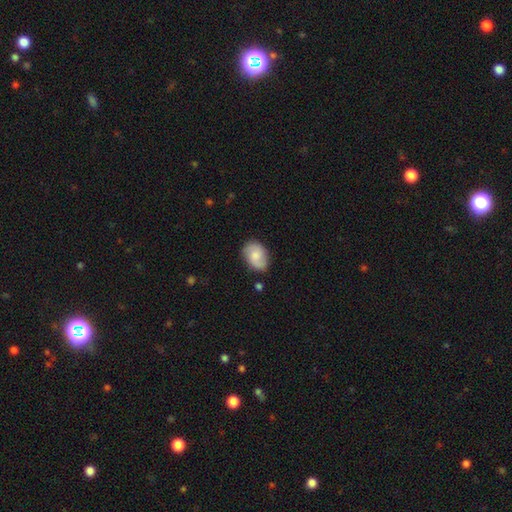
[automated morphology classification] A smooth galaxy with no disk features (58%) that is in between round and cigar-shaped (80%).

Vote fractions:
- Smooth or featured? smooth: 58% / featured or disk: 35% / star or artifact: 7%
- How rounded? in between: 80% / round: 19% / cigar-shaped: 1%
- Merging? none: 75% / minor disturbance: 19% / major disturbance: 4% / merger: 2%